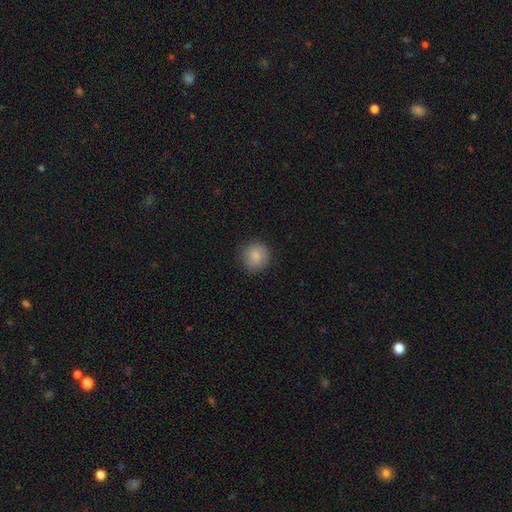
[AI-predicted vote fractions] Smooth or featured? smooth (84%)
How rounded? round (93%)
Merging? none (88%)